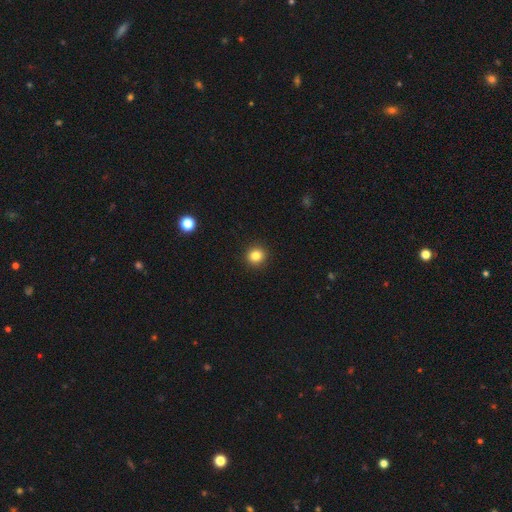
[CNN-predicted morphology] A smooth galaxy with no disk features (84%) that is round (92%).

Vote fractions:
- Smooth or featured? smooth: 84% / star or artifact: 11% / featured or disk: 5%
- How rounded? round: 92% / in between: 7% / cigar-shaped: 1%
- Merging? none: 93% / minor disturbance: 5% / major disturbance: 2% / merger: 1%